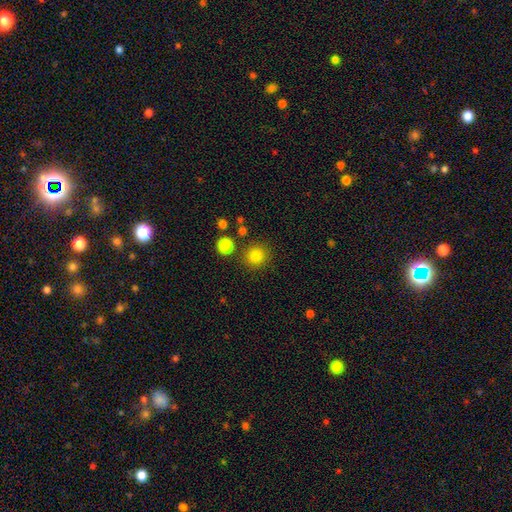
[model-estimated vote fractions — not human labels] Smooth or featured?
  - smooth: 84% *
  - star or artifact: 12%
  - featured or disk: 4%
How rounded?
  - round: 90% *
  - in between: 9%
  - cigar-shaped: 1%
Merging?
  - none: 84% *
  - minor disturbance: 8%
  - merger: 5%
  - major disturbance: 3%